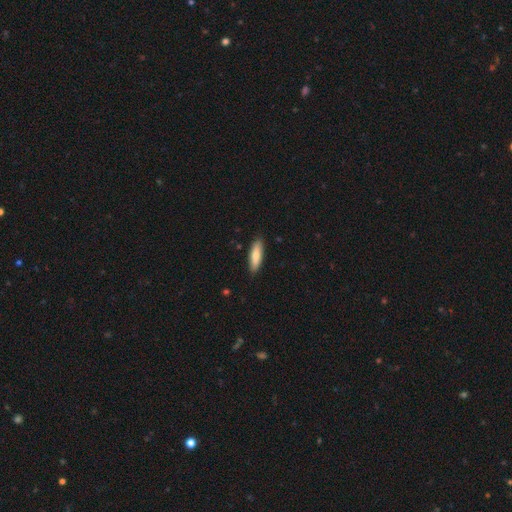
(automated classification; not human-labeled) Q: Smooth or featured?
A: smooth (79%); runner-up: featured or disk (15%)
Q: How rounded?
A: cigar-shaped (59%); runner-up: in between (39%)
Q: Merging?
A: none (87%); runner-up: minor disturbance (10%)